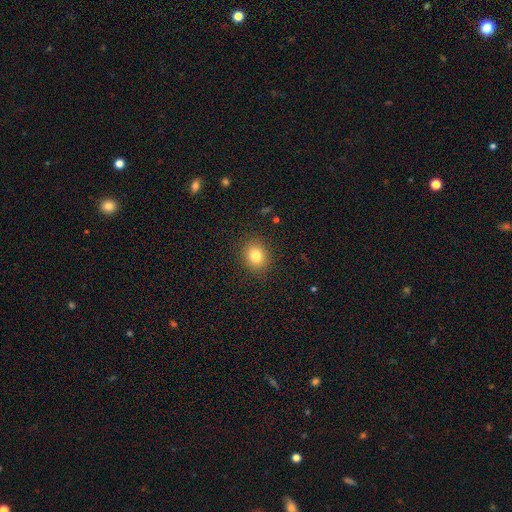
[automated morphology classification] This is clearly a smooth galaxy (81%). How rounded: likely round (62%). Merging: clearly none (89%).